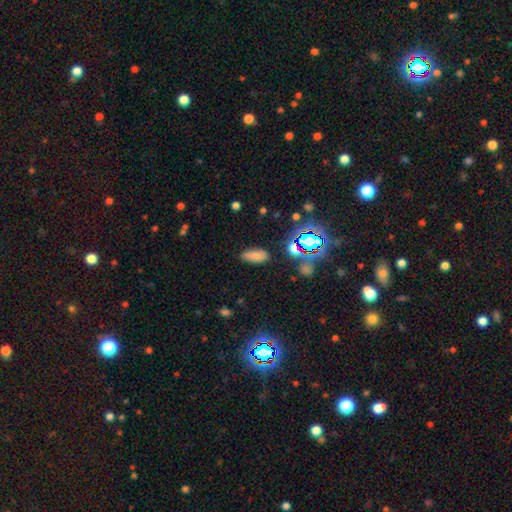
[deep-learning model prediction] This is likely a smooth galaxy (72%). How rounded: clearly in between (84%). Merging: likely none (78%).